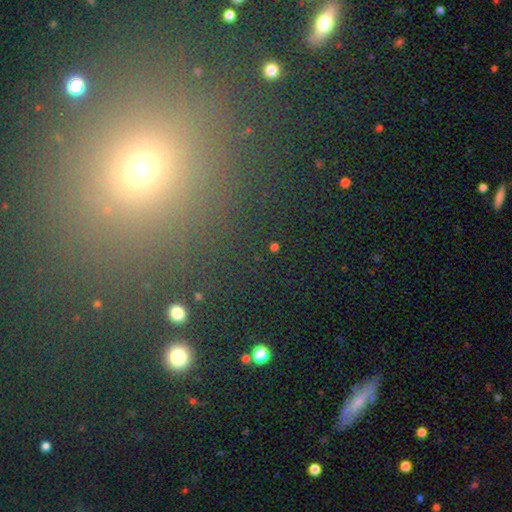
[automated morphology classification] star or artifact 51%, smooth 38%, featured or disk 11%.